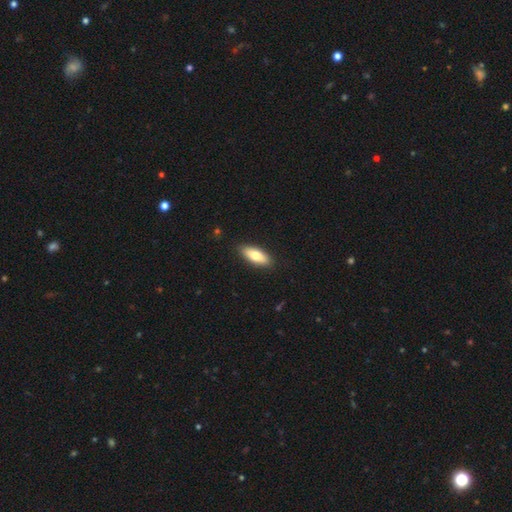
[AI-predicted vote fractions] smooth-or-featured: smooth: 74% | featured or disk: 20% | star or artifact: 6%
  how-rounded: in between: 74% | cigar-shaped: 24% | round: 2%
  merging: none: 89% | minor disturbance: 9% | major disturbance: 2% | merger: 1%